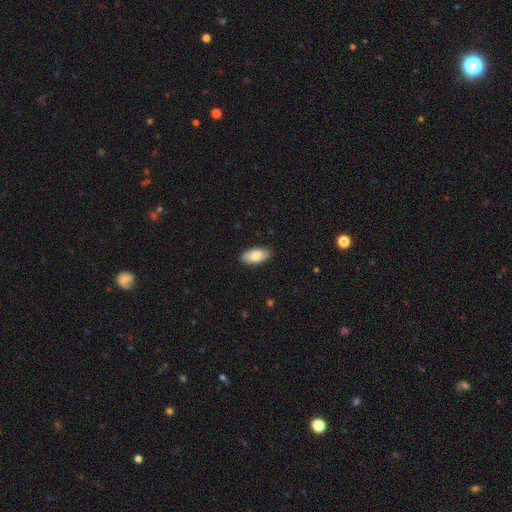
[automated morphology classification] This is likely a smooth galaxy (80%). How rounded: clearly in between (92%). Merging: clearly none (87%).